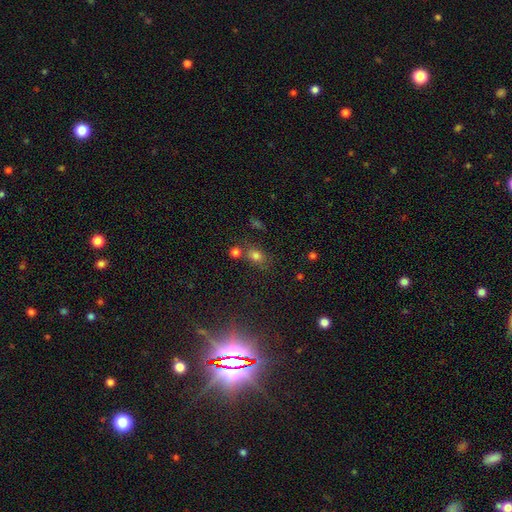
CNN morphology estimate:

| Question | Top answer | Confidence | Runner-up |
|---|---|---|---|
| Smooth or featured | smooth | 75% | star or artifact (16%) |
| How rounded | in between | 54% | round (44%) |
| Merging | none | 58% | merger (23%) |